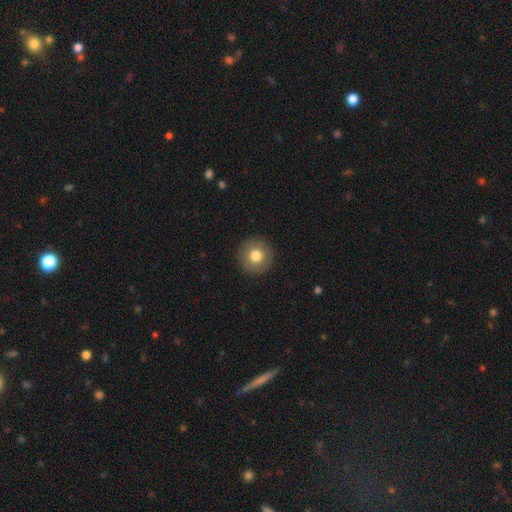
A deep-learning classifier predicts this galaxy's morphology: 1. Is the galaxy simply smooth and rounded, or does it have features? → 77% smooth, 14% featured or disk, 8% star or artifact.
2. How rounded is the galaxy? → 96% round, 3% in between, 1% cigar-shaped.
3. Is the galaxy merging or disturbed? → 93% none, 5% minor disturbance, 2% major disturbance, 1% merger.